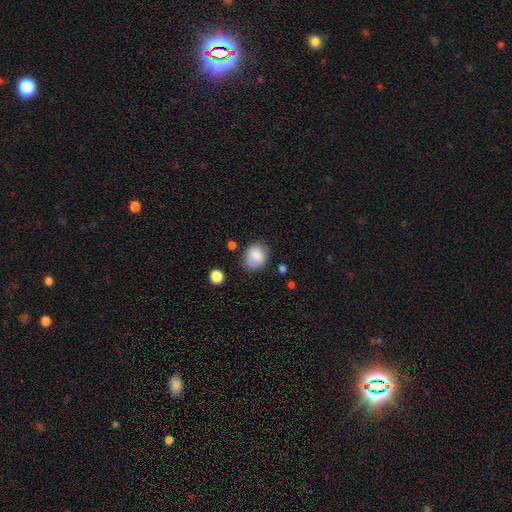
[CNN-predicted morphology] type=smooth (86%); roundness=round (59%); merging=none (70%).